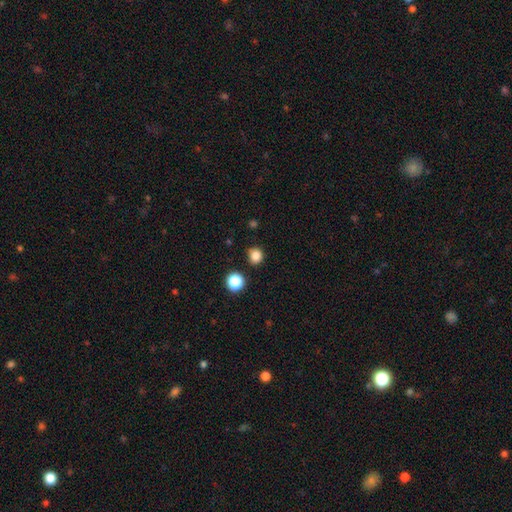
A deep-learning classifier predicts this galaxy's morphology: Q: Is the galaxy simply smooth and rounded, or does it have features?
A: smooth — 83%.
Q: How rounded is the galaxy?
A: round — 90%.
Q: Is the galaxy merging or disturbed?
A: none — 87%.